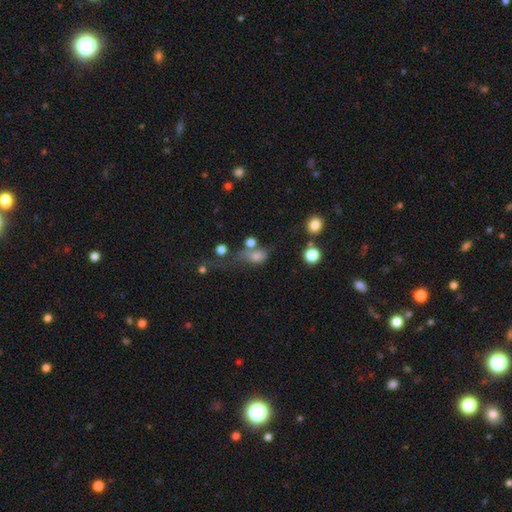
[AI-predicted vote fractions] Smooth or featured? smooth (73%)
How rounded? in between (66%)
Merging? none (29%, tied with major disturbance)